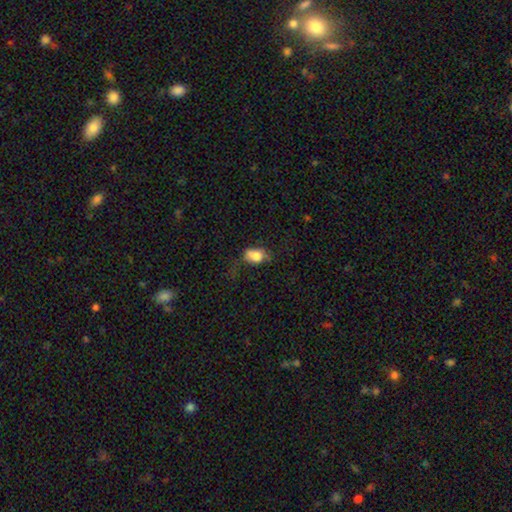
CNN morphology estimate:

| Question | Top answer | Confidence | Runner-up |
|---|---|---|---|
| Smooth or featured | smooth | 78% | featured or disk (13%) |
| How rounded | in between | 80% | round (17%) |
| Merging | none | 39% | minor disturbance (31%) |